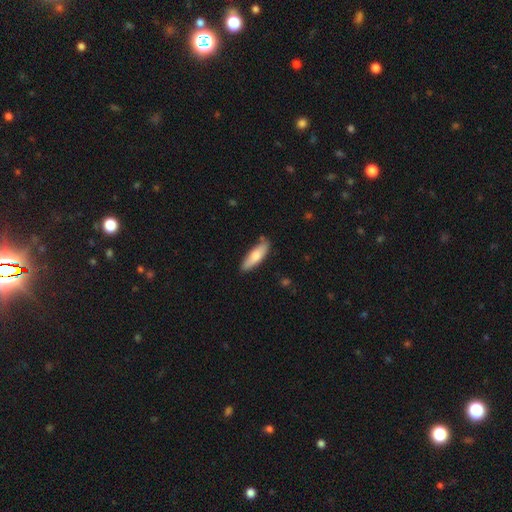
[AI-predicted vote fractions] smooth 74%, featured or disk 20%, star or artifact 5%. Down the decision tree: how rounded — cigar-shaped (54%); merging — none (80%).